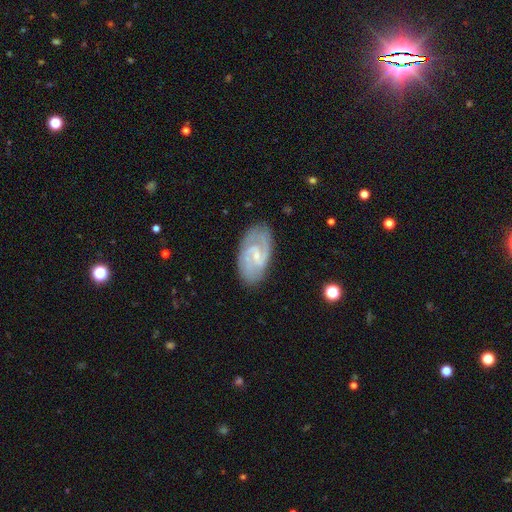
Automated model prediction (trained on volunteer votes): smooth_or_featured: featured or disk (p=0.86) [alt: smooth p=0.09]
disk_edge_on: no (p=0.97) [alt: yes p=0.03]
bar: weak (p=0.56) [alt: no p=0.26]
has_spiral_arms: yes (p=0.97) [alt: no p=0.03]
spiral_winding: medium (p=0.49) [alt: tight p=0.39]
spiral_arm_count: 2 (p=0.78) [alt: can't tell p=0.09]
bulge_size: small (p=0.75) [alt: moderate p=0.19]
merging: none (p=0.81) [alt: minor disturbance p=0.14]